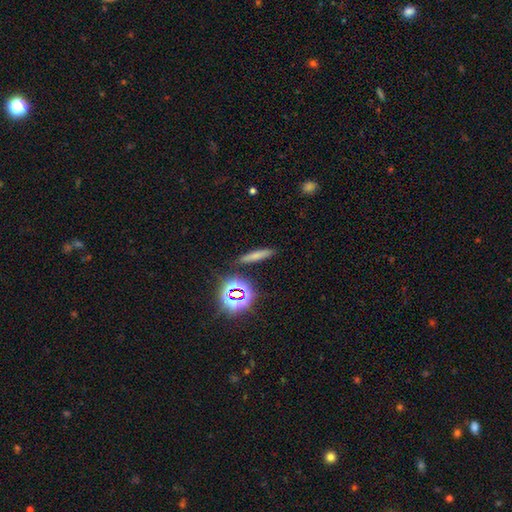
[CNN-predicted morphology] Smooth or featured? smooth (66%)
How rounded? cigar-shaped (84%)
Merging? none (87%)